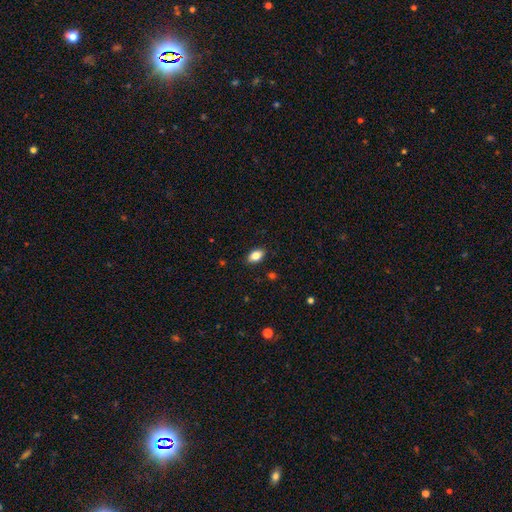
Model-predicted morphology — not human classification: smooth 83%, featured or disk 9%, star or artifact 8%. Down the decision tree: how rounded — in between (89%); merging — none (88%).